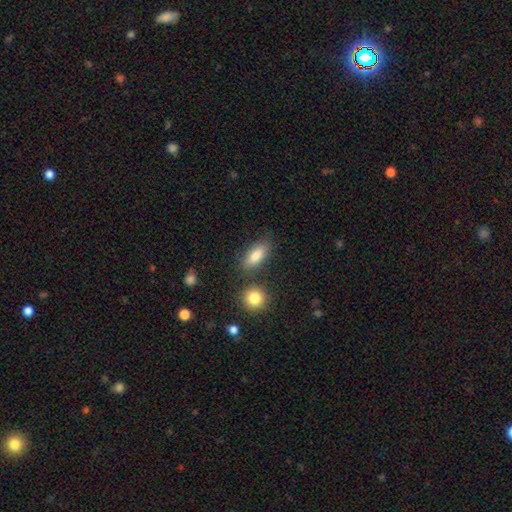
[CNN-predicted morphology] Smooth or featured?
  - smooth: 84% *
  - featured or disk: 8%
  - star or artifact: 8%
How rounded?
  - in between: 80% *
  - cigar-shaped: 15%
  - round: 5%
Merging?
  - none: 76% *
  - minor disturbance: 13%
  - merger: 7%
  - major disturbance: 4%